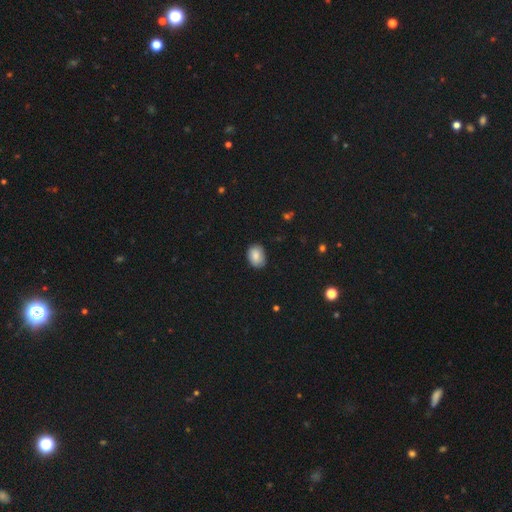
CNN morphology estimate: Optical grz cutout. It shows a smooth galaxy with no disk features (85%) that is in between round and cigar-shaped (70%). Merging: none (81%).